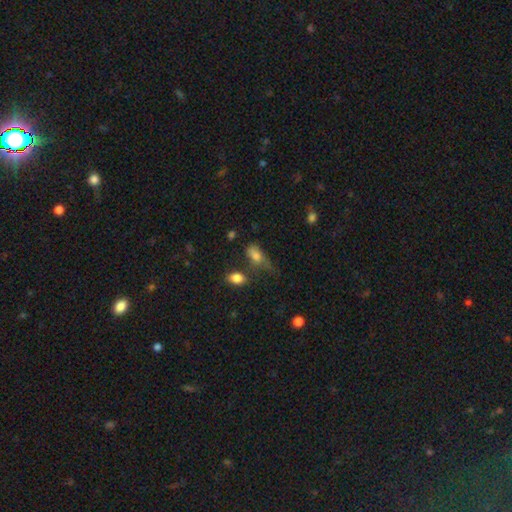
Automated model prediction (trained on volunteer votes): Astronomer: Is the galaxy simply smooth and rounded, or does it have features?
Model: smooth — 75%.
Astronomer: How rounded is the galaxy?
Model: in between — 83%.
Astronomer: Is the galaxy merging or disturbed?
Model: none — 31%, tied with minor disturbance at 31%.